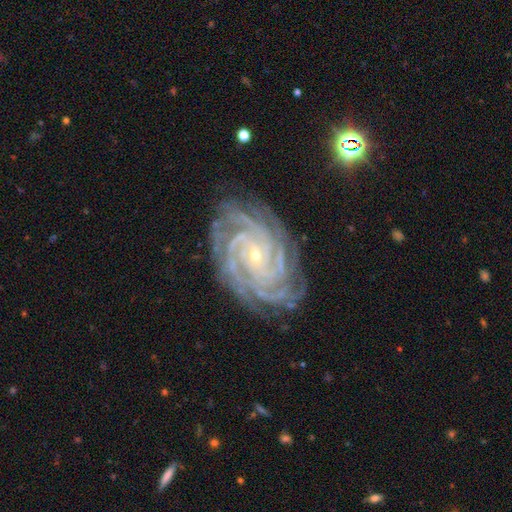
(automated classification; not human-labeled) Smooth or featured: featured or disk — 92% (star or artifact — 5%)
Edge-on disk: no — 97% (yes — 3%)
Bar: no — 59% (weak — 27%)
Spiral arms: yes — 99% (no — 1%)
Spiral winding: tight — 83% (medium — 15%)
Spiral arm count: more than 4 — 30% (tied with 4 — 30%)
Bulge size: small — 82% (moderate — 15%)
Merging: none — 82% (minor disturbance — 13%)